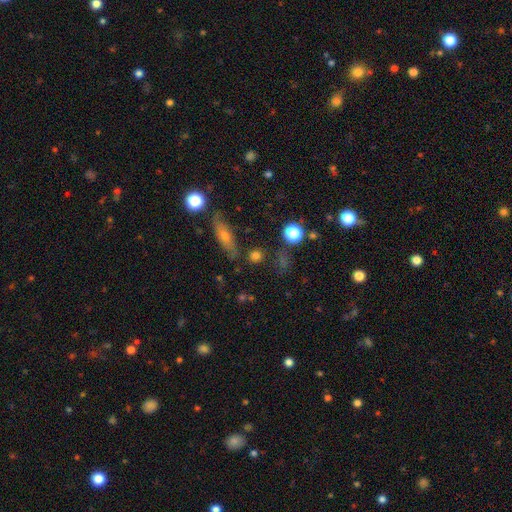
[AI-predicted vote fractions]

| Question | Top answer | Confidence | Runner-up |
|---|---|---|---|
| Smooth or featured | smooth | 72% | star or artifact (18%) |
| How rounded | round | 74% | in between (19%) |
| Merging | none | 75% | minor disturbance (12%) |